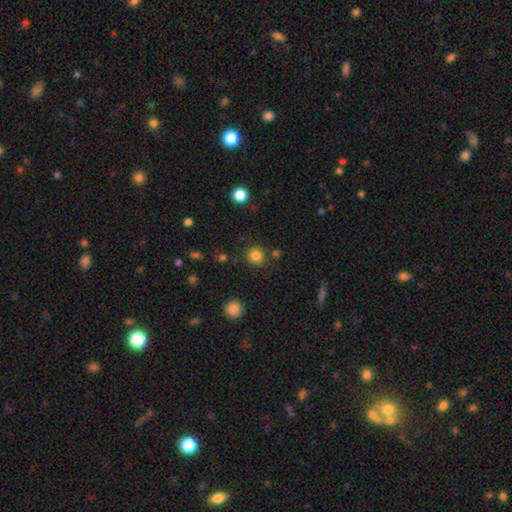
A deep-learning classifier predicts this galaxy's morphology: This appears to be a smooth galaxy with no disk features (83%) that is round (92%). Merging: none (85%).